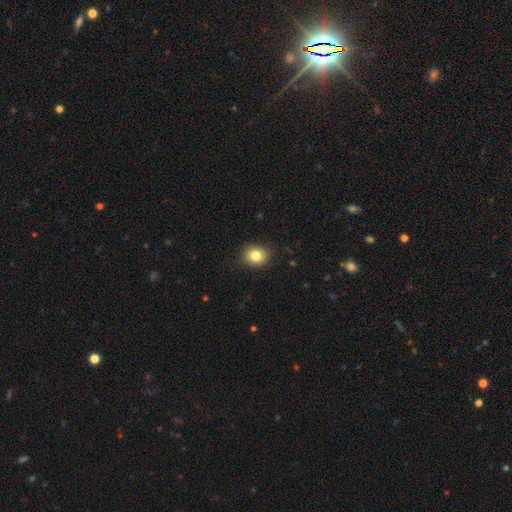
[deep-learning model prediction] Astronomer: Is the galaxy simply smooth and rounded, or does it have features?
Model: smooth — 83%.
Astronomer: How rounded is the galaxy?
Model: round — 62%.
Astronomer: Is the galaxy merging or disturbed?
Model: none — 88%.